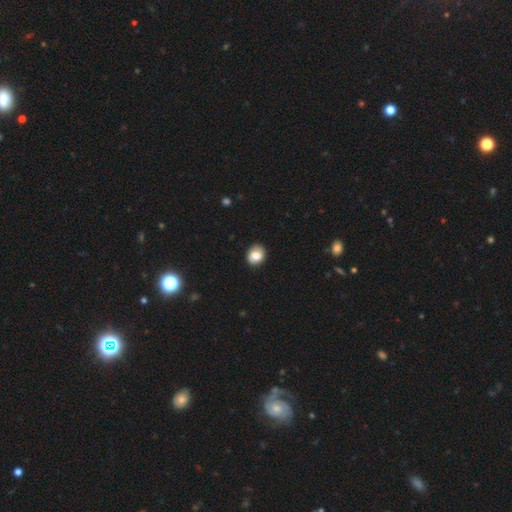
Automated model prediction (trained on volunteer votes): Q: Smooth or featured?
A: smooth (81%); runner-up: featured or disk (10%)
Q: How rounded?
A: round (61%); runner-up: in between (38%)
Q: Merging?
A: none (85%); runner-up: minor disturbance (11%)